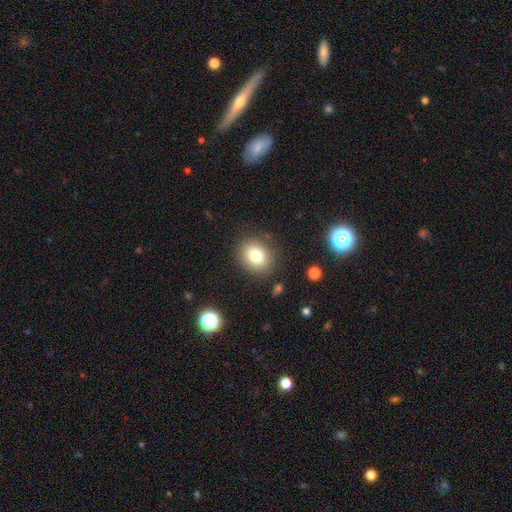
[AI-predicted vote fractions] Overall: smooth (81%). How rounded: round (62%; in between 37%). Merging: none (84%).